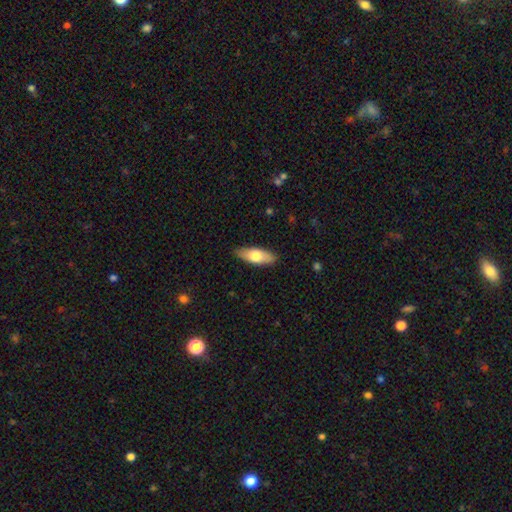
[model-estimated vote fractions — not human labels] This is likely a smooth galaxy (68%). How rounded: likely in between (71%). Merging: clearly none (87%).